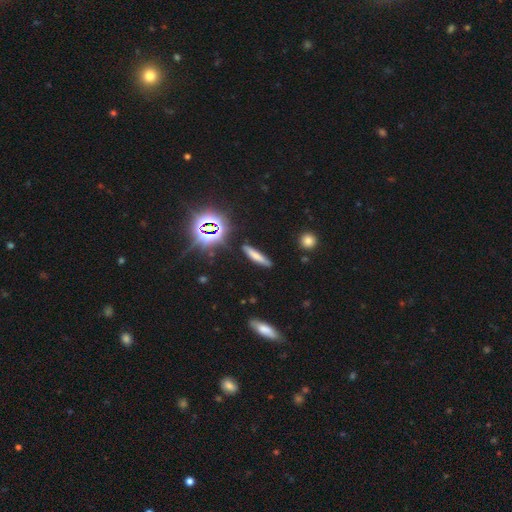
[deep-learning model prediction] This is likely a smooth galaxy (63%). How rounded: clearly cigar-shaped (85%). Merging: clearly none (84%).